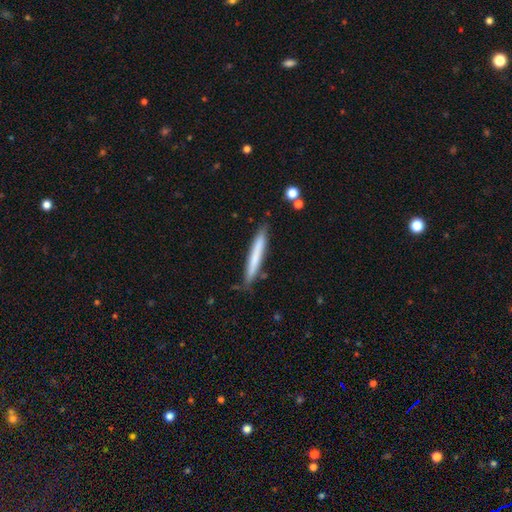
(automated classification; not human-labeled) smooth_or_featured: smooth (p=0.67) [alt: featured or disk p=0.27]
how_rounded: cigar-shaped (p=0.96) [alt: in between p=0.03]
merging: none (p=0.84) [alt: minor disturbance p=0.12]